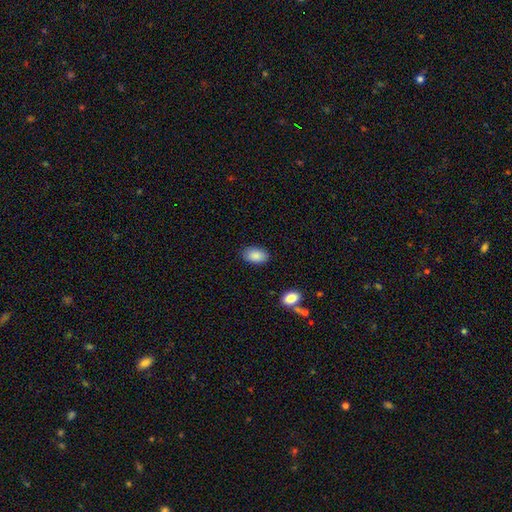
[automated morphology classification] Q: Smooth or featured?
A: smooth (88%); runner-up: star or artifact (7%)
Q: How rounded?
A: in between (92%); runner-up: round (7%)
Q: Merging?
A: none (84%); runner-up: minor disturbance (11%)